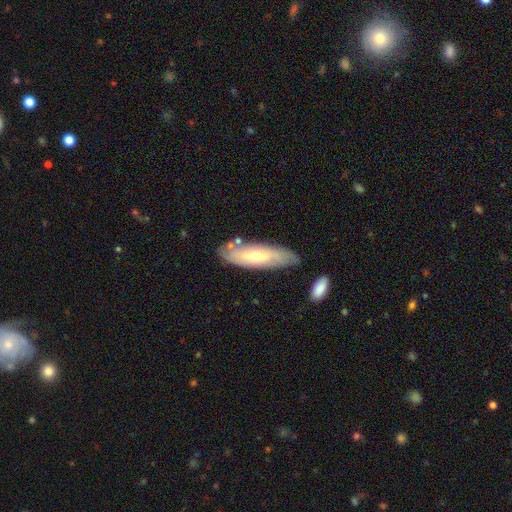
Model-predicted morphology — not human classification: Q: Smooth or featured?
A: featured or disk (50%); runner-up: smooth (44%)
Q: Edge-on disk?
A: no (65%); runner-up: yes (35%)
Q: Merging?
A: none (72%); runner-up: minor disturbance (18%)